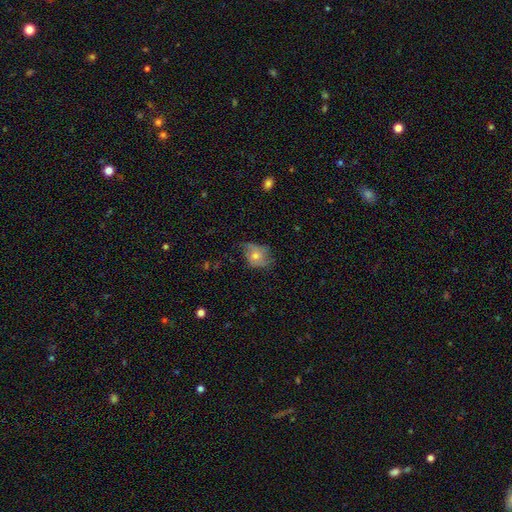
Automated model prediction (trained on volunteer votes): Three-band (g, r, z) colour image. It shows a smooth galaxy with no disk features (45%, tied with featured or disk). Merging: none (52%).